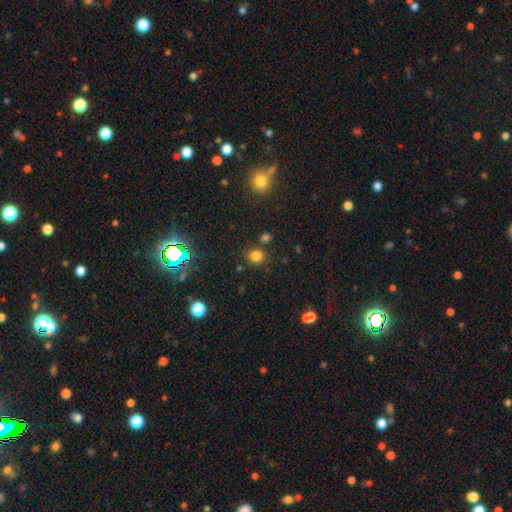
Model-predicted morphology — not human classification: Smooth or featured? Predicted: smooth (p=0.76). How rounded? Predicted: round (p=0.85). Merging? Predicted: none (p=0.79).